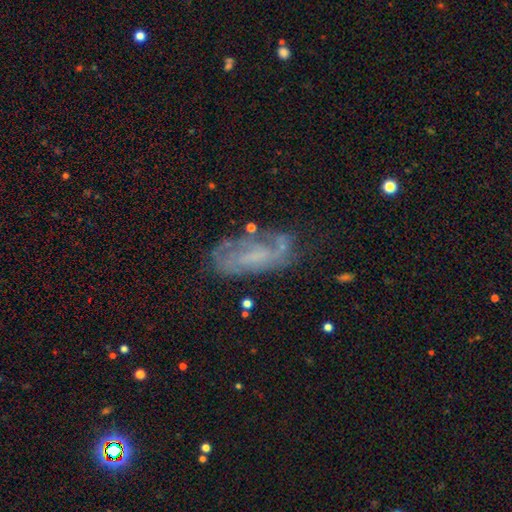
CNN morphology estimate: The model was most divided on "bar": no: 49%, weak: 37%, strong: 14%. Remaining: edge-on disk — no (92%); spiral arms — yes (75%); smooth or featured — featured or disk (68%); merging — none (55%); bulge size — none (49%).